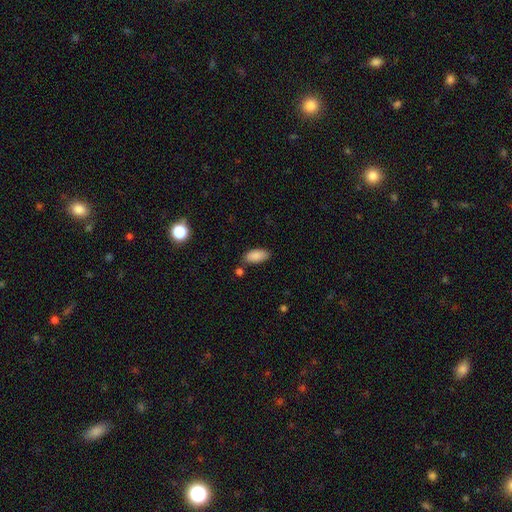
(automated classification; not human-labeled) smooth-or-featured: smooth: 87% | star or artifact: 8% | featured or disk: 5%
  how-rounded: in between: 91% | cigar-shaped: 7% | round: 2%
  merging: none: 78% | minor disturbance: 13% | merger: 6% | major disturbance: 3%